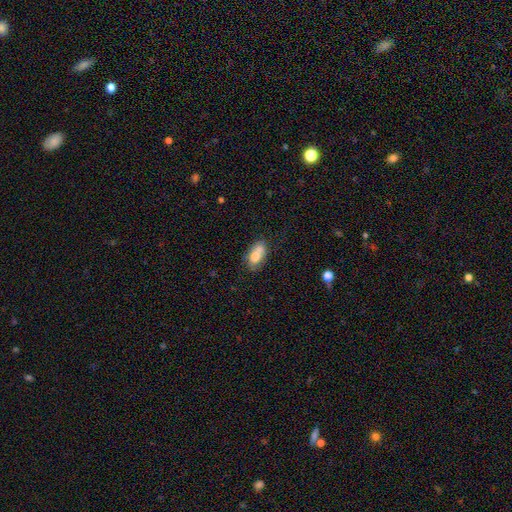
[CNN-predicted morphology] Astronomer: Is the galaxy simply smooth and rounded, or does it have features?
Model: smooth — 71%.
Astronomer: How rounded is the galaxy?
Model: in between — 84%.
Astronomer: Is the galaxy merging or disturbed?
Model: none — 39% (runner-up: merger, 37%).